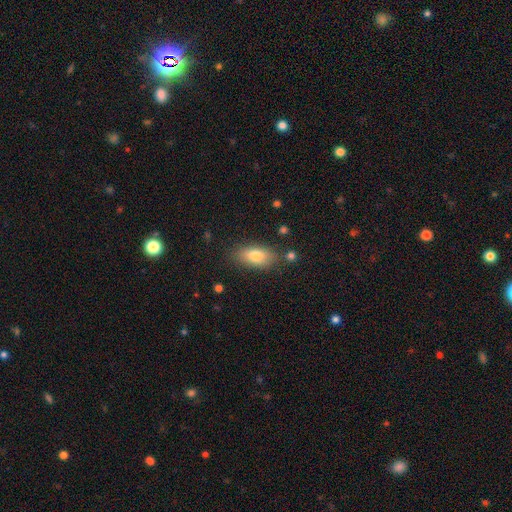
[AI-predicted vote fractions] Overall: smooth (76%). How rounded: in between (85%). Merging: none (79%).